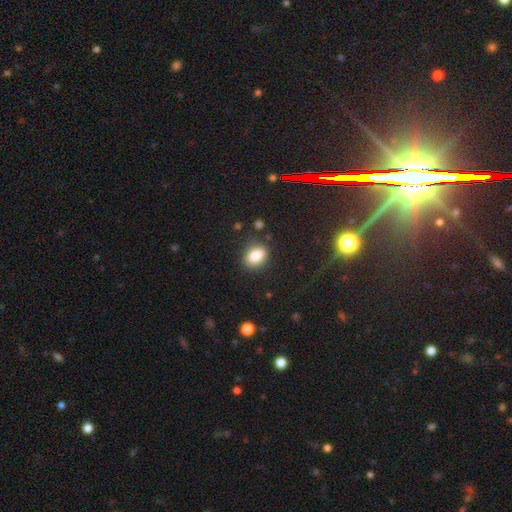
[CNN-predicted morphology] Overall: smooth (84%). How rounded: in between (66%; round 33%). Merging: none (81%).